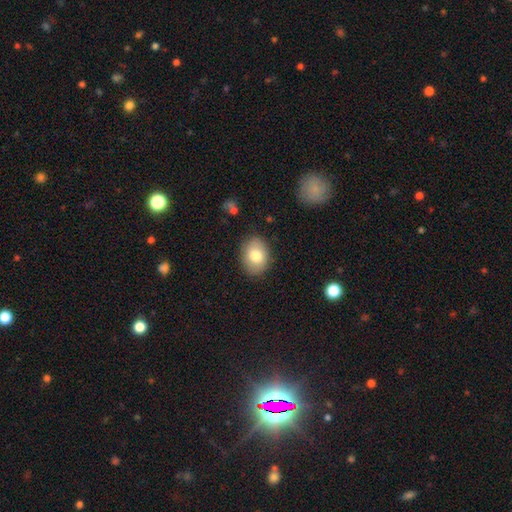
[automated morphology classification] Smooth or featured: smooth — 79% (featured or disk — 13%)
How rounded: in between — 66% (round — 33%)
Merging: none — 85% (minor disturbance — 11%)